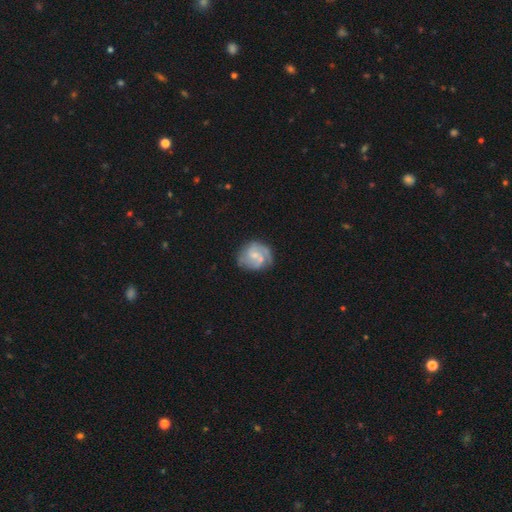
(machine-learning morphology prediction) smooth-or-featured: featured or disk: 73% | smooth: 21% | star or artifact: 6%
  disk-edge-on: no: 98% | yes: 2%
    bar: no: 54% | weak: 40% | strong: 6%
    has-spiral-arms: yes: 90% | no: 10%
      spiral-winding: medium: 44% | tight: 38% | loose: 17%
      spiral-arm-count: 2: 57% | can't tell: 17% | 3: 14% | 1: 5% | 4: 3% | more than 4: 3%
    bulge-size: small: 57% | moderate: 31% | none: 9% | large: 2% | dominant: 1%
  merging: none: 64% | minor disturbance: 21% | major disturbance: 9% | merger: 6%